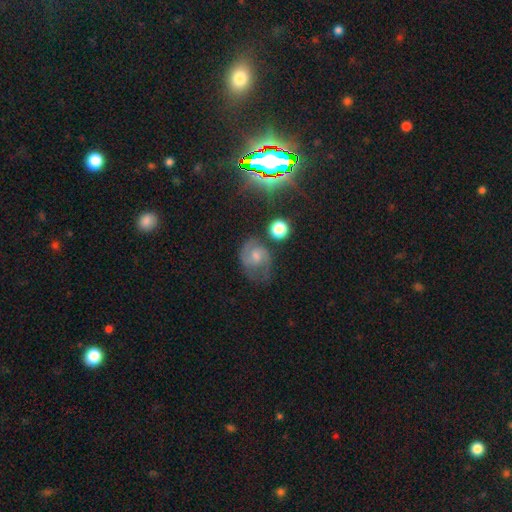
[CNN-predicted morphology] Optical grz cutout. It shows a featured or disk galaxy (61%) with no bar (54%), 2 (73%) medium (49%) spiral arms (88%) and a moderate central bulge (43%). Merging: none (49%).